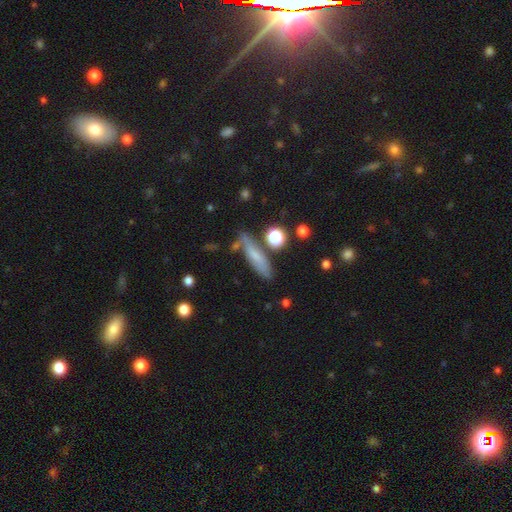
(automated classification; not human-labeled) The model was most divided on "smooth or featured": smooth: 63%, featured or disk: 28%, star or artifact: 10%. More confident: how rounded — cigar-shaped (70%); merging — none (70%).